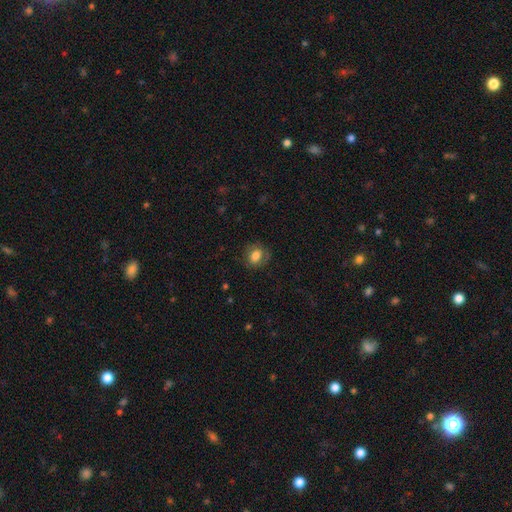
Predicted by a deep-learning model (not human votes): This is likely a smooth galaxy (77%). How rounded: possibly round (54%). Merging: likely none (78%).